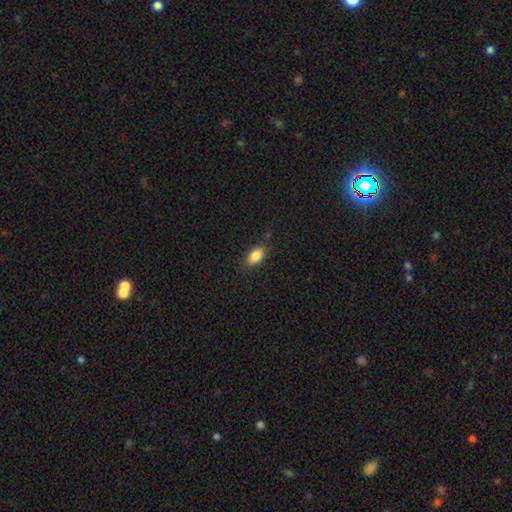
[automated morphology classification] smooth-or-featured: smooth: 84% | star or artifact: 8% | featured or disk: 8%
  how-rounded: in between: 89% | cigar-shaped: 6% | round: 6%
  merging: none: 82% | minor disturbance: 13% | major disturbance: 3% | merger: 2%